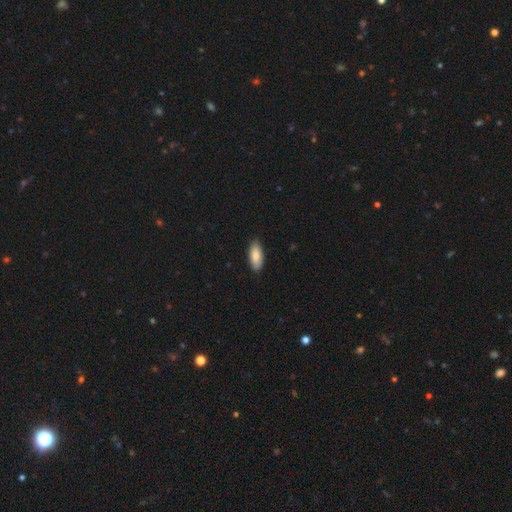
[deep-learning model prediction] smooth_or_featured: smooth (p=0.86) [alt: featured or disk p=0.09]
how_rounded: in between (p=0.82) [alt: cigar-shaped p=0.16]
merging: none (p=0.88) [alt: minor disturbance p=0.09]